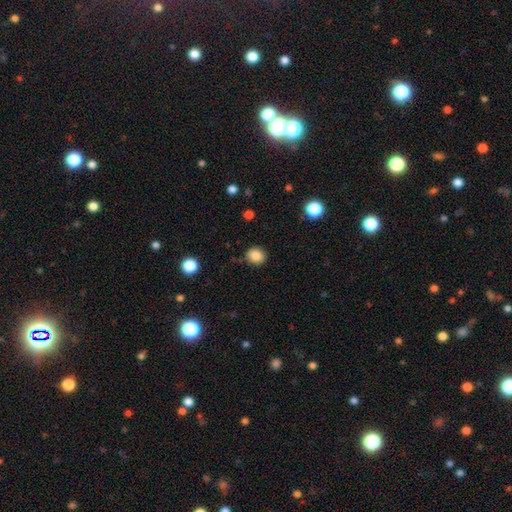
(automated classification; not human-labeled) This is clearly a smooth galaxy (85%). How rounded: likely round (79%). Merging: clearly none (84%).